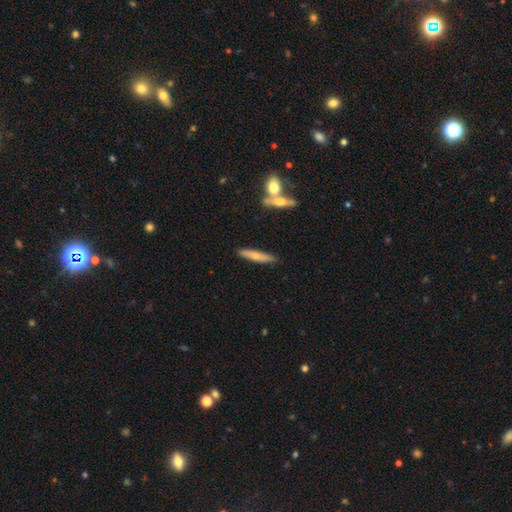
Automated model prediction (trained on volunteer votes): A smooth galaxy with no disk features (63%) that is cigar-shaped (86%).

Vote fractions:
- Smooth or featured? smooth: 63% / featured or disk: 31% / star or artifact: 6%
- How rounded? cigar-shaped: 86% / in between: 12% / round: 2%
- Merging? none: 86% / minor disturbance: 8% / merger: 4% / major disturbance: 2%